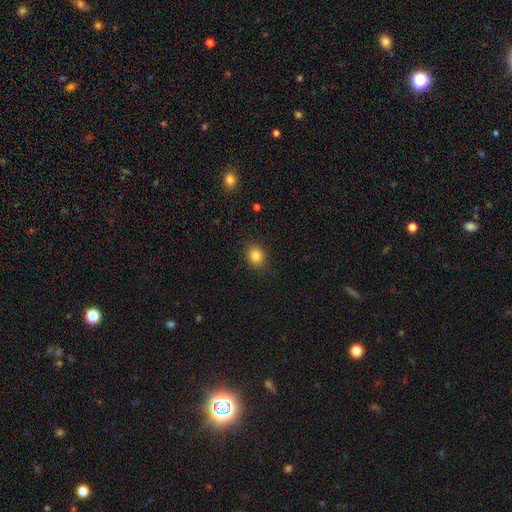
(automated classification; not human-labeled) The model was most divided on "how rounded": round: 65%, in between: 34%, cigar-shaped: 1%. More confident: merging — none (87%); smooth or featured — smooth (84%).